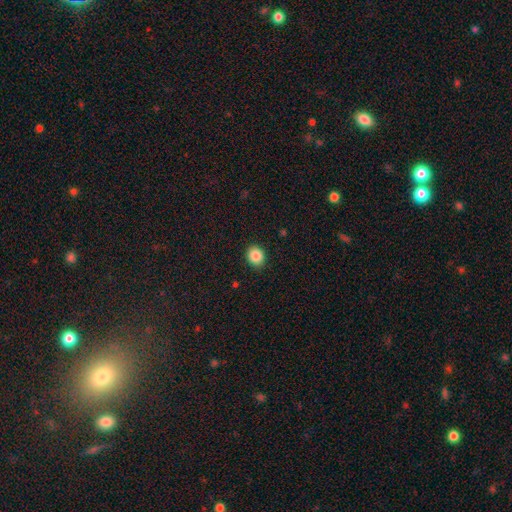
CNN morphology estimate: A smooth galaxy with no disk features (86%) that is round (63%). Merging: none (90%).